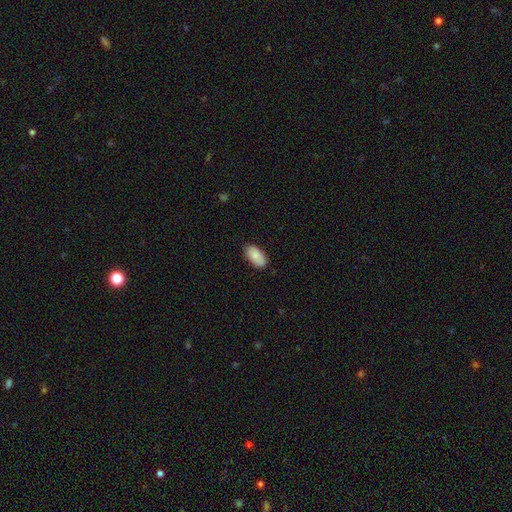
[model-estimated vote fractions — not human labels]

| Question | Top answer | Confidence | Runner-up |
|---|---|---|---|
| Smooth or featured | smooth | 86% | featured or disk (8%) |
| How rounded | in between | 94% | cigar-shaped (3%) |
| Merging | none | 84% | minor disturbance (13%) |